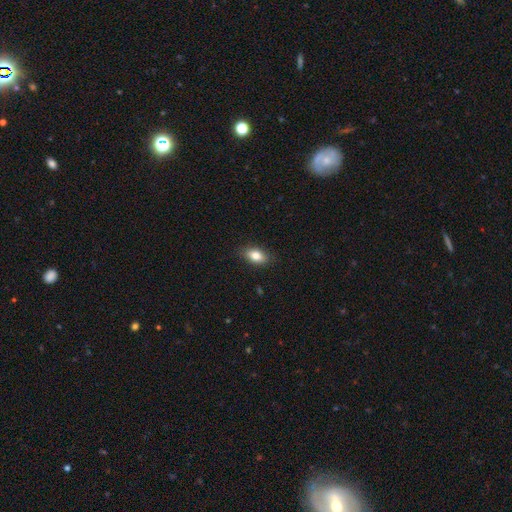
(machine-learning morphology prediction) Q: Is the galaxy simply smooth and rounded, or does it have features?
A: smooth — 82%.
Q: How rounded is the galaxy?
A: in between — 87%.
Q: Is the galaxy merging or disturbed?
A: none — 87%.